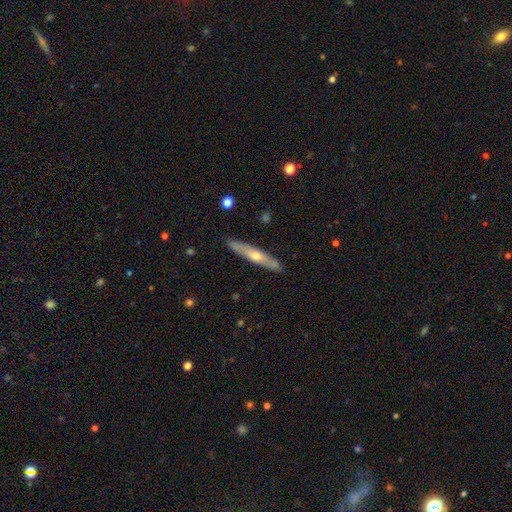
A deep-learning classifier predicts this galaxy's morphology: type=featured or disk (60%); edge-on=yes (88%); edge-on bulge=rounded (81%); merging=none (89%).